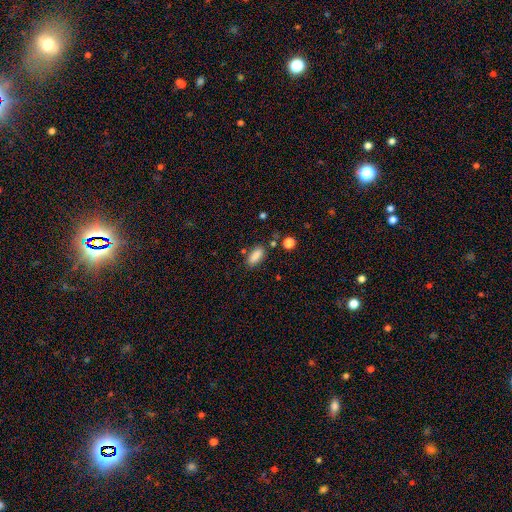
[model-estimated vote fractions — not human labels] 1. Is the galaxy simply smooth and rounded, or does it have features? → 86% smooth, 8% star or artifact, 5% featured or disk.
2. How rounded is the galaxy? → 83% in between, 14% cigar-shaped, 3% round.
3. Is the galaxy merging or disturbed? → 79% none, 13% minor disturbance, 5% merger, 3% major disturbance.